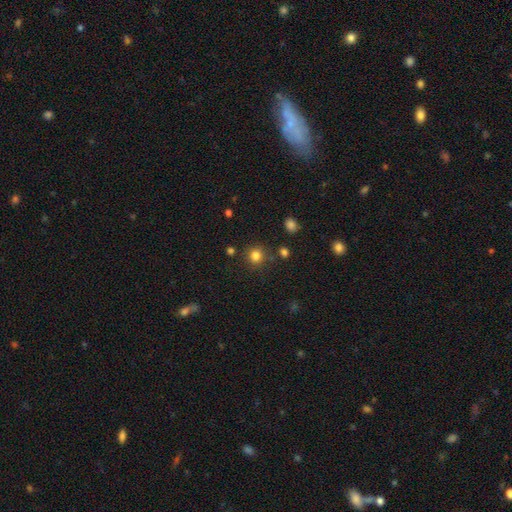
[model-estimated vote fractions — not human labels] Smooth or featured: smooth — 81% (star or artifact — 14%)
How rounded: round — 90% (in between — 9%)
Merging: none — 83% (minor disturbance — 9%)